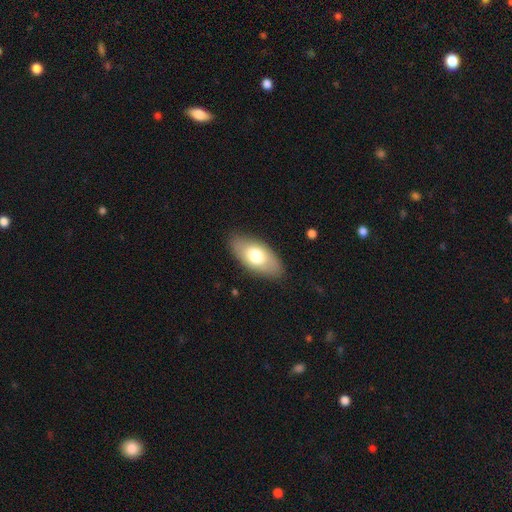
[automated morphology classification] smooth-or-featured: smooth: 70% | featured or disk: 24% | star or artifact: 6%
  how-rounded: in between: 92% | cigar-shaped: 5% | round: 3%
  merging: none: 85% | minor disturbance: 11% | major disturbance: 3% | merger: 1%